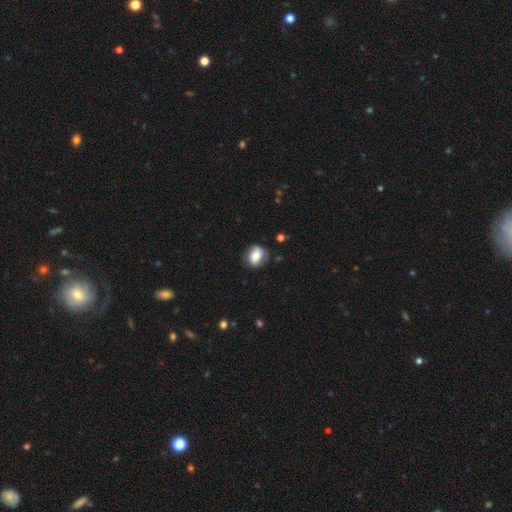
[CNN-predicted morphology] Smooth or featured? smooth (69%)
How rounded? in between (51%)
Merging? none (75%)